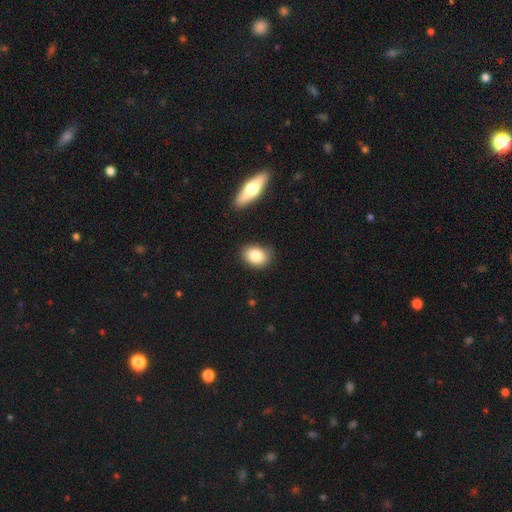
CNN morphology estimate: type=smooth (83%); roundness=in between (70%); merging=none (78%).